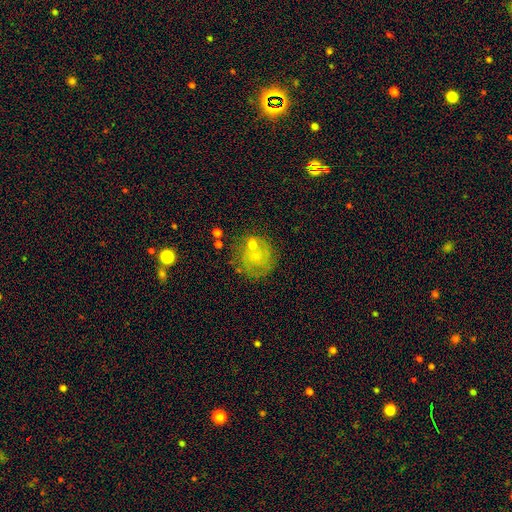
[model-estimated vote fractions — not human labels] This is possibly a smooth galaxy (49%). Merging: possibly none (57%).